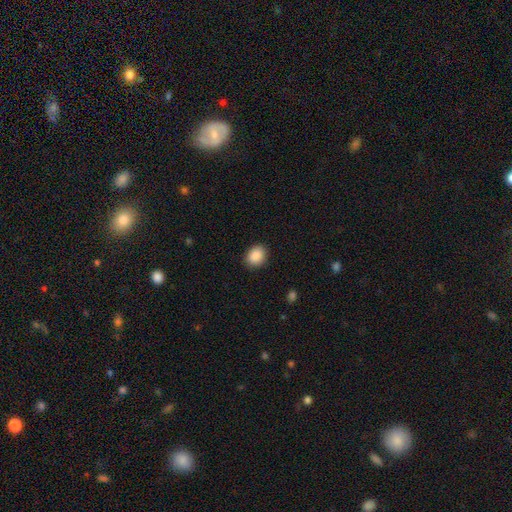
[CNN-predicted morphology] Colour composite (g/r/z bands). It shows a smooth galaxy with no disk features (89%) that is round (51%). Merging: none (88%).